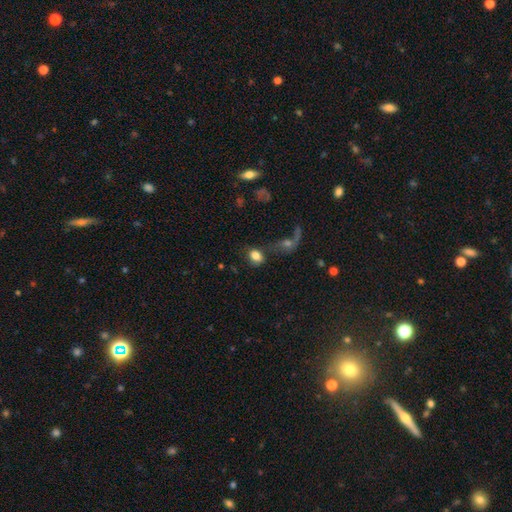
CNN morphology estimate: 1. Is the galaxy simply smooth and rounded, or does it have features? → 81% smooth, 10% featured or disk, 9% star or artifact.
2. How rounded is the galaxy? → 66% in between, 33% round, 2% cigar-shaped.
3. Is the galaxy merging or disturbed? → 50% none, 24% merger, 14% minor disturbance, 13% major disturbance.